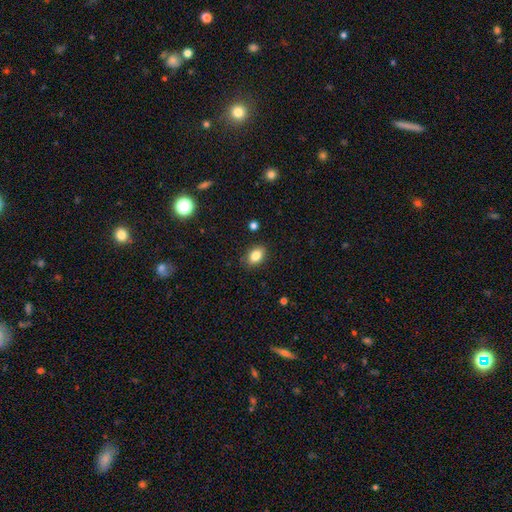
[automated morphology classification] smooth 83%, star or artifact 9%, featured or disk 8%. Down the decision tree: how rounded — in between (81%); merging — none (86%).